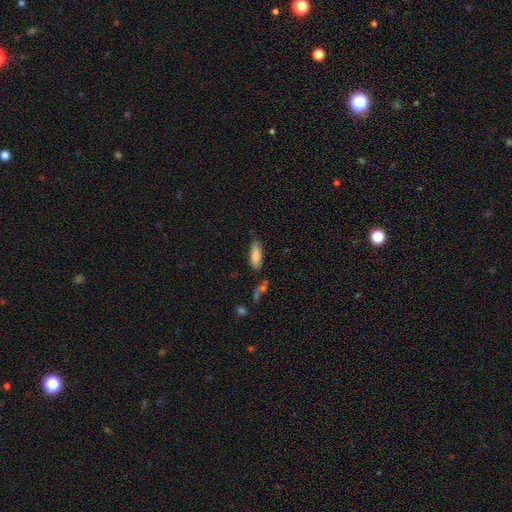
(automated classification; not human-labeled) A smooth galaxy with no disk features (82%) that is in between round and cigar-shaped (57%). Merging: none (77%).